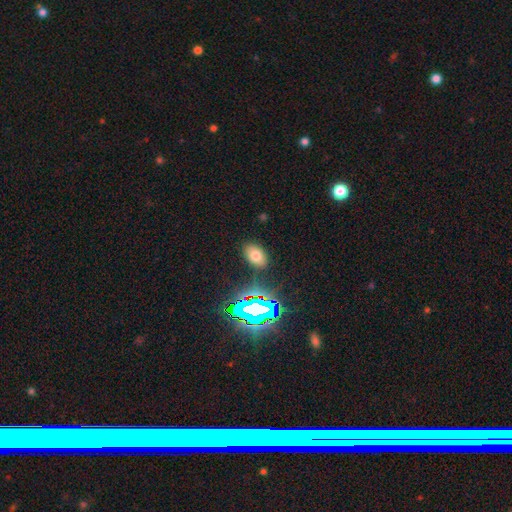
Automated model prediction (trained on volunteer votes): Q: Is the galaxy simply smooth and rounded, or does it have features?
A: smooth — 68%.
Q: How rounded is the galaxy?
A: in between — 86%.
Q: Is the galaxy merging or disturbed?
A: none — 86%.